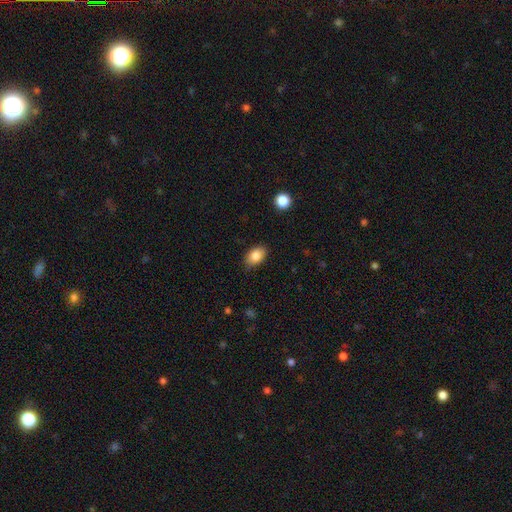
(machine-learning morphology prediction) Q: Smooth or featured?
A: smooth (85%); runner-up: star or artifact (8%)
Q: How rounded?
A: in between (85%); runner-up: round (13%)
Q: Merging?
A: none (80%); runner-up: minor disturbance (16%)